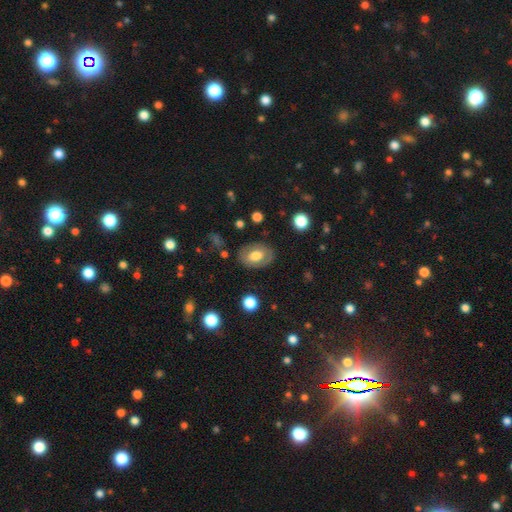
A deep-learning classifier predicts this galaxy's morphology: The model was most divided on "smooth or featured": smooth: 60%, featured or disk: 33%, star or artifact: 7%. More confident: merging — none (79%); how rounded — in between (78%).